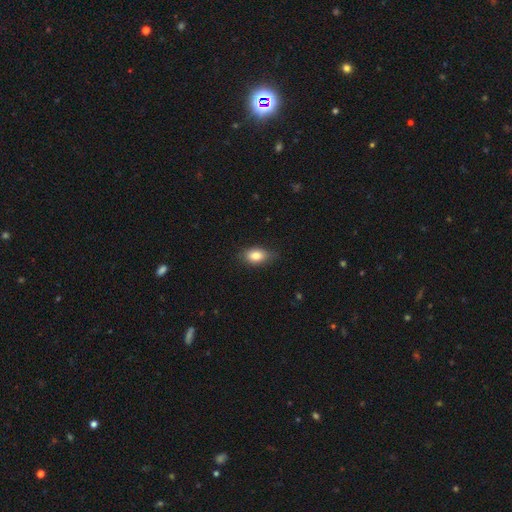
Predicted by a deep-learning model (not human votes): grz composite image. It shows a smooth galaxy with no disk features (84%) that is in between round and cigar-shaped (87%). Merging: none (77%).